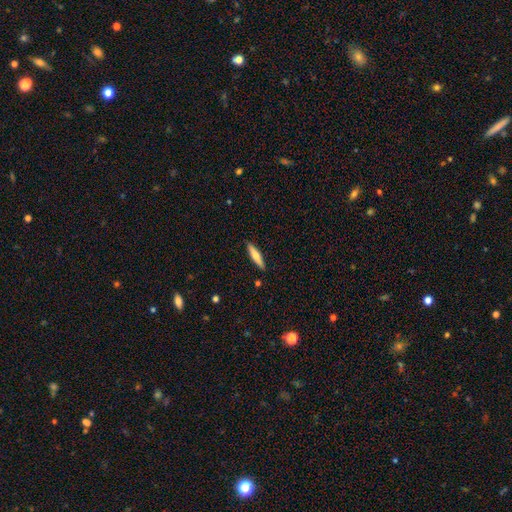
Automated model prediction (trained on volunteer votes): smooth_or_featured: smooth (p=0.55) [alt: featured or disk p=0.39]
how_rounded: cigar-shaped (p=0.83) [alt: in between p=0.15]
merging: none (p=0.90) [alt: minor disturbance p=0.07]